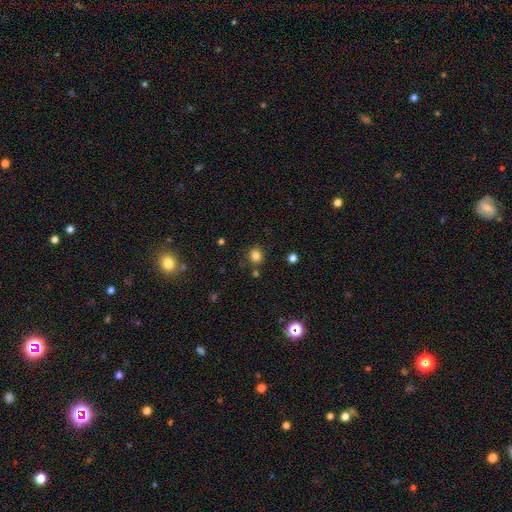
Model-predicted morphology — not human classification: A smooth galaxy with no disk features (82%) that is round (84%).

Vote fractions:
- Smooth or featured? smooth: 82% / star or artifact: 13% / featured or disk: 5%
- How rounded? round: 84% / in between: 15% / cigar-shaped: 1%
- Merging? none: 81% / minor disturbance: 10% / merger: 6% / major disturbance: 3%